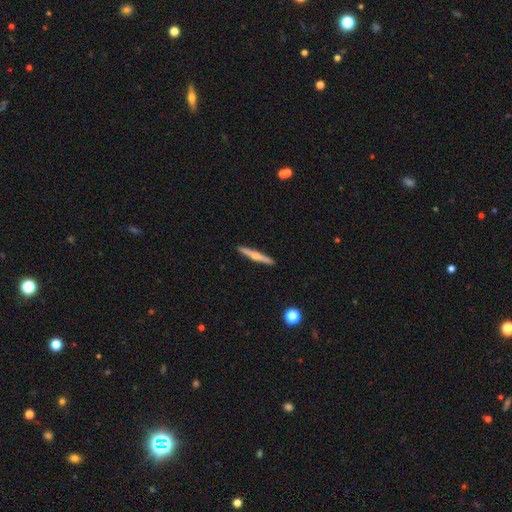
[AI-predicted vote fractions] A featured or disk galaxy (56%) viewed edge-on (97%) with a rounded central bulge (84%).

Vote fractions:
- Smooth or featured? featured or disk: 56% / smooth: 38% / star or artifact: 6%
- Edge-on disk? yes: 97% / no: 3%
- Edge-on bulge? rounded: 84% / none: 12% / boxy: 4%
- Merging? none: 92% / minor disturbance: 6% / major disturbance: 1% / merger: 1%